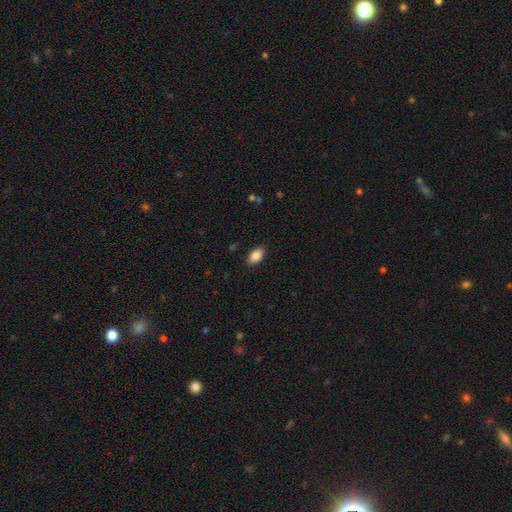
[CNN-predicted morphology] smooth-or-featured: smooth: 87% | star or artifact: 7% | featured or disk: 5%
  how-rounded: in between: 93% | round: 4% | cigar-shaped: 2%
  merging: none: 88% | minor disturbance: 9% | major disturbance: 2% | merger: 1%